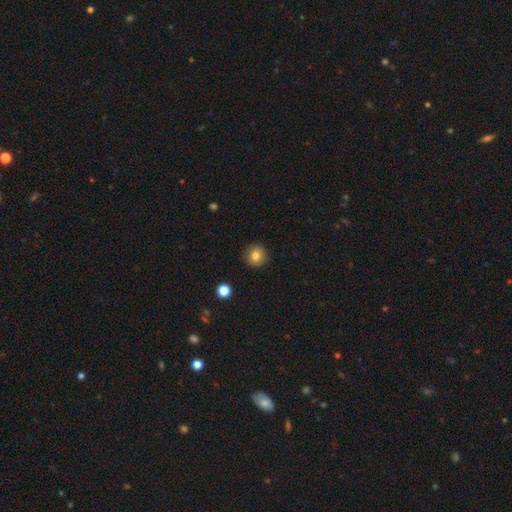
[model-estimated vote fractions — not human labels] Q: Smooth or featured?
A: smooth (82%); runner-up: star or artifact (10%)
Q: How rounded?
A: round (93%); runner-up: in between (6%)
Q: Merging?
A: none (91%); runner-up: minor disturbance (6%)